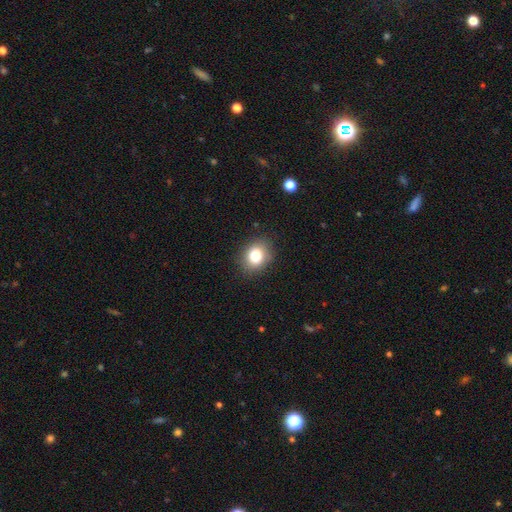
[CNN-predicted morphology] smooth-or-featured: smooth: 82% | star or artifact: 10% | featured or disk: 8%
  how-rounded: round: 50% | in between: 49% | cigar-shaped: 1%
  merging: none: 85% | minor disturbance: 11% | major disturbance: 3% | merger: 1%